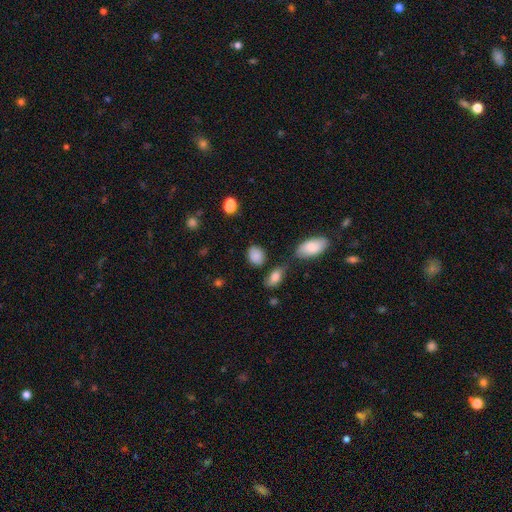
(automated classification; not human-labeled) This appears to be a smooth galaxy with no disk features (86%) that is in between round and cigar-shaped (59%). Merging: none (74%).